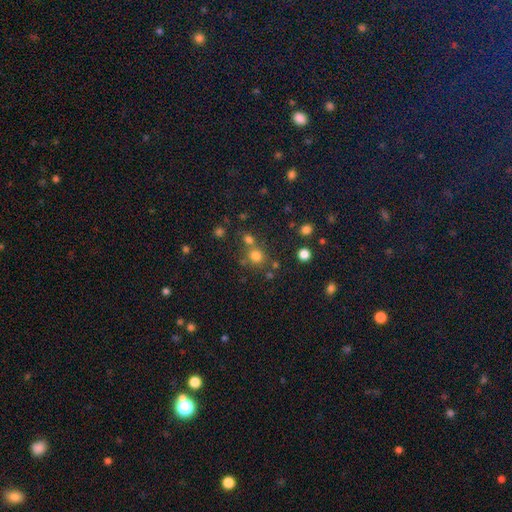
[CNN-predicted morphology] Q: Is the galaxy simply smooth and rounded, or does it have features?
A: smooth — 74%.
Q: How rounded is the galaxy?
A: round — 84%.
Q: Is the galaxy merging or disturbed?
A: none — 64%.